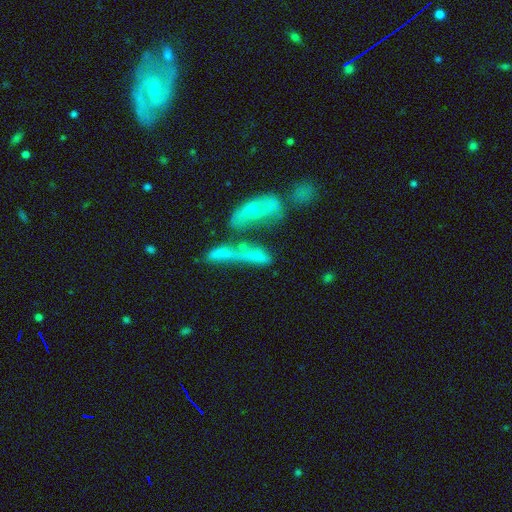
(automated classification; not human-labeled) Smooth or featured: smooth — 54% (featured or disk — 32%)
How rounded: cigar-shaped — 56% (in between — 37%)
Merging: merger — 51% (none — 23%)